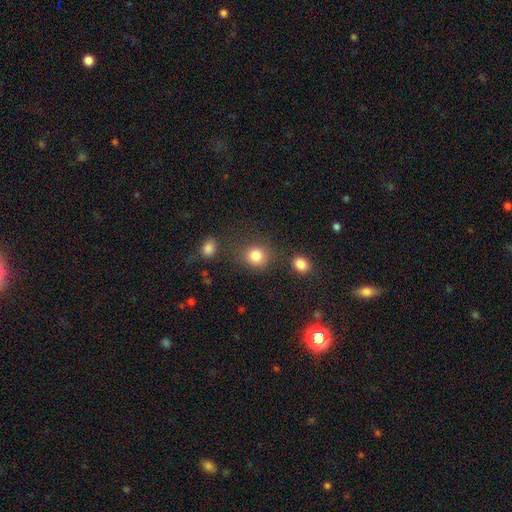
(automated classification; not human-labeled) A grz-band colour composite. It shows a smooth galaxy with no disk features (83%) that is round (85%). Merging: none (76%).